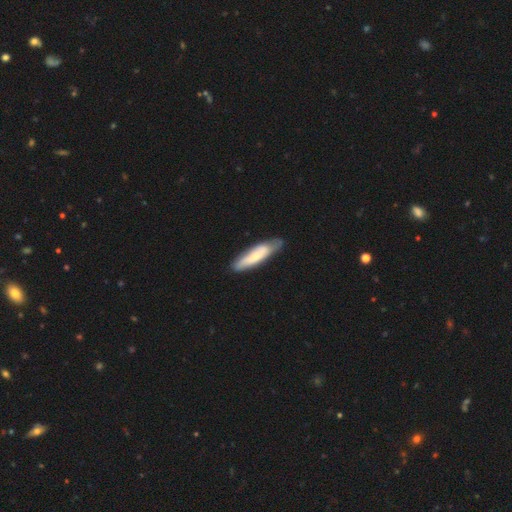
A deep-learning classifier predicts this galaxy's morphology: Smooth or featured? smooth (59%)
How rounded? cigar-shaped (71%)
Merging? none (73%)